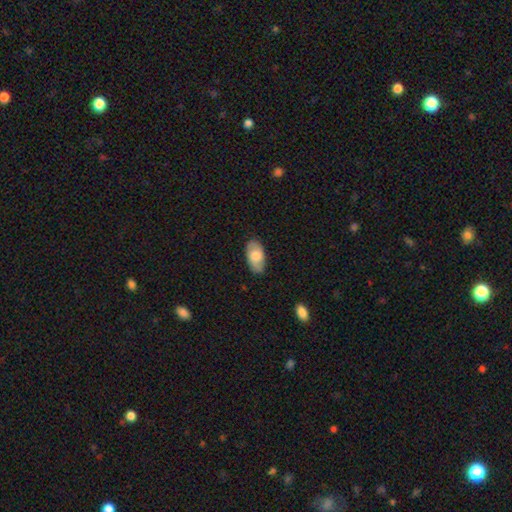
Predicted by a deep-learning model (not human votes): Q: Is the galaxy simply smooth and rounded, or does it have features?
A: smooth — 72%.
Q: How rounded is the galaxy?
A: in between — 95%.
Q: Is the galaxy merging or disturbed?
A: none — 82%.